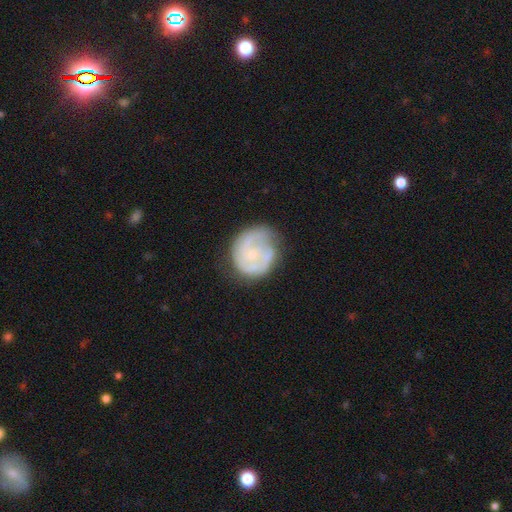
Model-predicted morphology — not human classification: This is likely a featured or disk galaxy (66%). It is clearly not viewed edge-on (98%). Bar: likely no (71%). Spiral arm pattern: likely yes (79%). Spiral arm count: marginally 2 (42%). Spiral winding: possibly tight (56%). Central bulge: likely small (70%). Merging: likely none (66%).